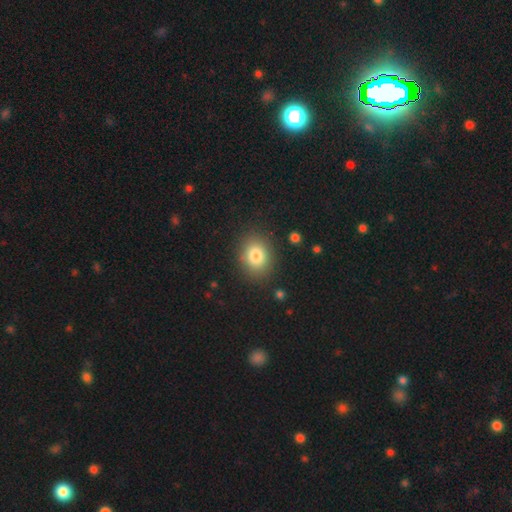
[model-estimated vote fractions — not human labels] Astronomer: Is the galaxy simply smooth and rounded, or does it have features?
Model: smooth — 81%.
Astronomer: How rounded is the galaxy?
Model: round — 52% (runner-up: in between, 47%).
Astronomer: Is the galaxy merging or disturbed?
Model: none — 86%.